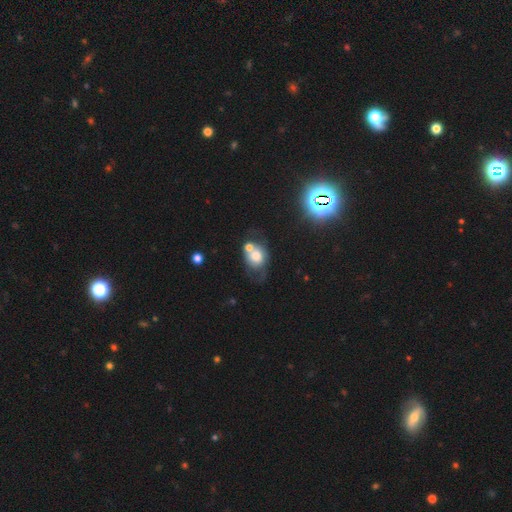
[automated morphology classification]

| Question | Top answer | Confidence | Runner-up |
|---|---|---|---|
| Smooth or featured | smooth | 60% | featured or disk (28%) |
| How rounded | in between | 51% | round (48%) |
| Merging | merger | 37% | none (30%) |